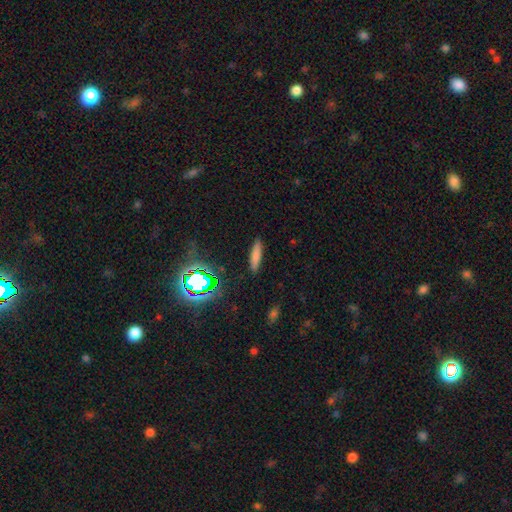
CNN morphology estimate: A smooth galaxy with no disk features (75%) that is cigar-shaped (77%). Merging: none (88%).